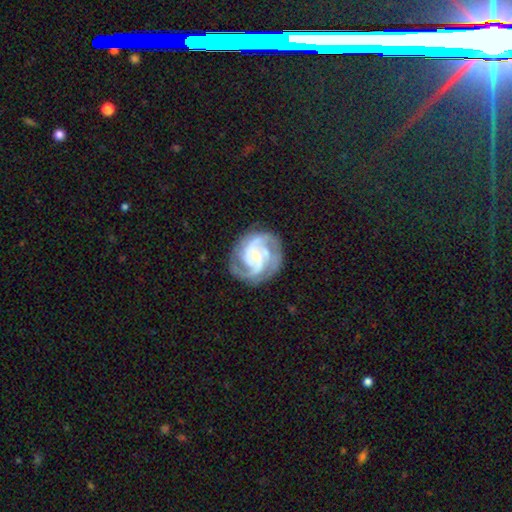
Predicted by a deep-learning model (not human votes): Smooth or featured? featured or disk (91%)
Edge-on disk? no (98%)
Bar? no (51%)
Spiral arms? yes (98%)
Spiral winding? tight (52%)
Spiral arm count? 3 (46%)
Bulge size? small (55%)
Merging? none (77%)